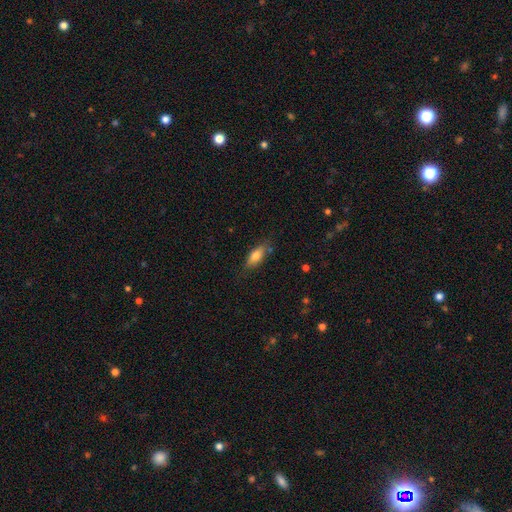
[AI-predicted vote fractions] A smooth galaxy with no disk features (73%) that is in between round and cigar-shaped (72%). Merging: none (75%).